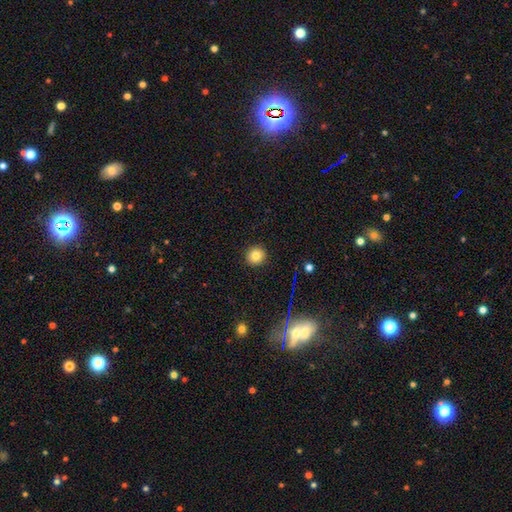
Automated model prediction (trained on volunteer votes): smooth-or-featured: smooth: 80% | star or artifact: 12% | featured or disk: 7%
  how-rounded: round: 94% | in between: 5% | cigar-shaped: 1%
  merging: none: 93% | minor disturbance: 5% | major disturbance: 2% | merger: 1%